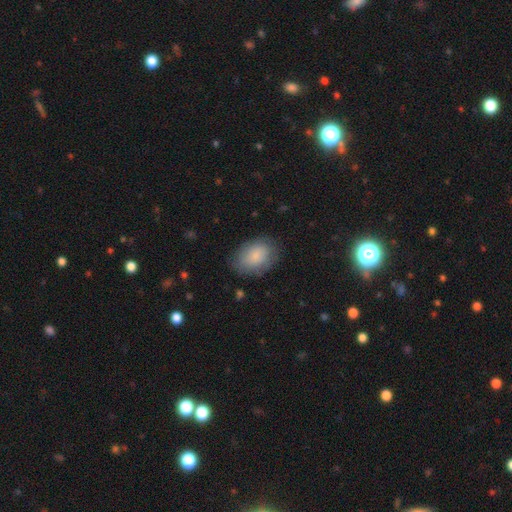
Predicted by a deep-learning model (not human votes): Smooth or featured? smooth (82%)
How rounded? in between (81%)
Merging? none (75%)